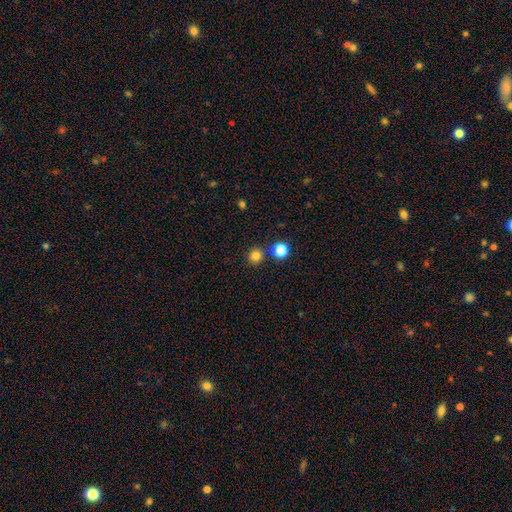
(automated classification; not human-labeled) A smooth galaxy with no disk features (81%) that is round (93%).

Vote fractions:
- Smooth or featured? smooth: 81% / star or artifact: 14% / featured or disk: 5%
- How rounded? round: 93% / in between: 6% / cigar-shaped: 1%
- Merging? none: 81% / merger: 10% / minor disturbance: 6% / major disturbance: 2%